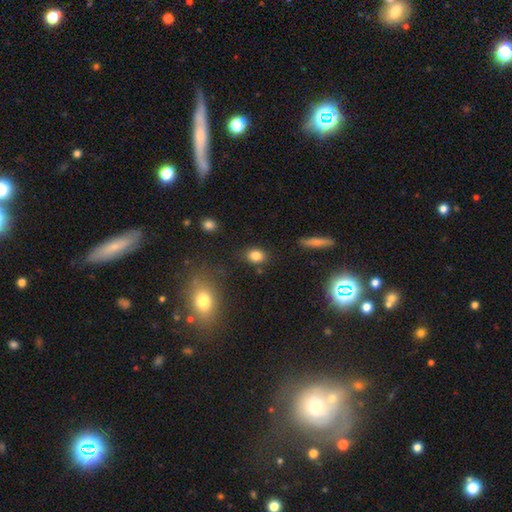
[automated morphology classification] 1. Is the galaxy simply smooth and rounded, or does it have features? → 83% smooth, 10% star or artifact, 7% featured or disk.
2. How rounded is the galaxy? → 63% in between, 35% round, 2% cigar-shaped.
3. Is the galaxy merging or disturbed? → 82% none, 11% minor disturbance, 4% merger, 3% major disturbance.